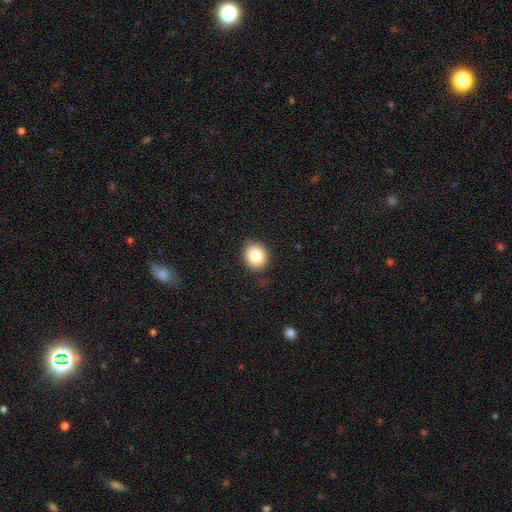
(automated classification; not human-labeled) smooth 82%, star or artifact 10%, featured or disk 8%. Down the decision tree: how rounded — round (84%); merging — none (85%).